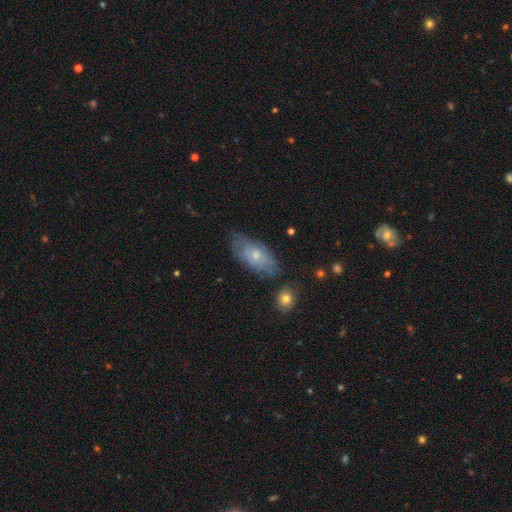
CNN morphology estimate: Smooth or featured: smooth — 51% (featured or disk — 42%)
How rounded: in between — 89% (cigar-shaped — 7%)
Merging: none — 62% (minor disturbance — 27%)